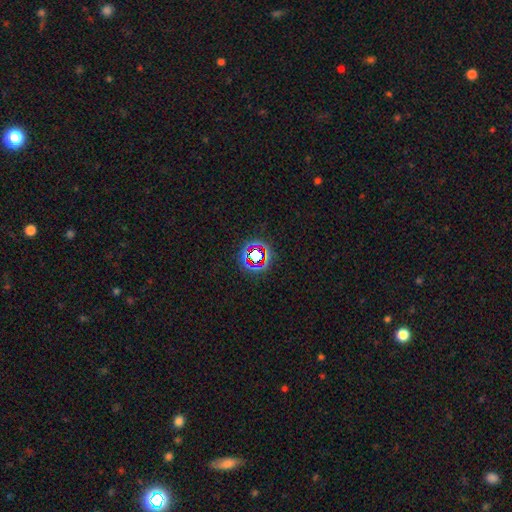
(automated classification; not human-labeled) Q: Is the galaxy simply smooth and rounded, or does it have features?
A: star or artifact — 68%.